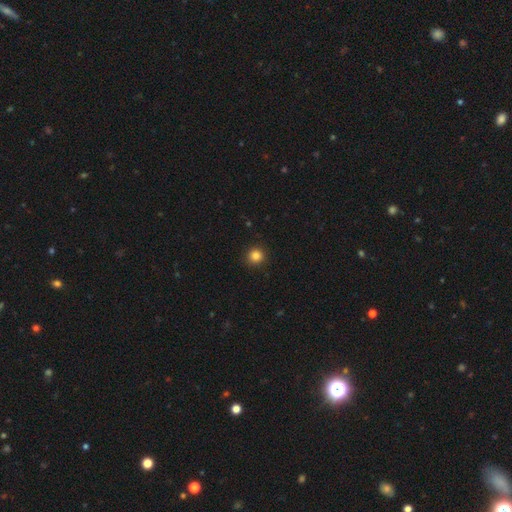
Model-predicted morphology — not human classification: type=smooth (84%); roundness=round (95%); merging=none (92%).